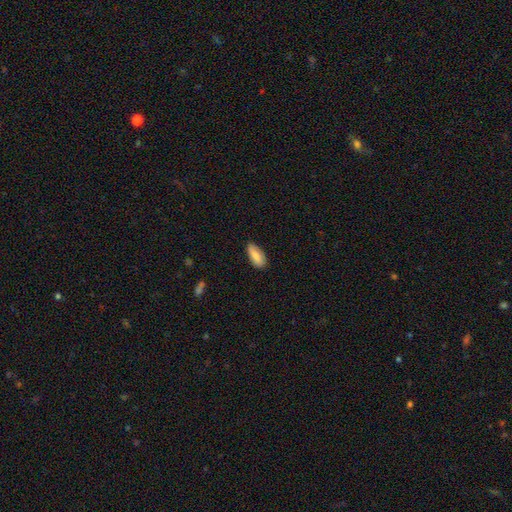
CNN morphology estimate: The model was most divided on "merging": none: 78%, minor disturbance: 18%, major disturbance: 3%, merger: 1%. More confident: how rounded — in between (85%); smooth or featured — smooth (80%).